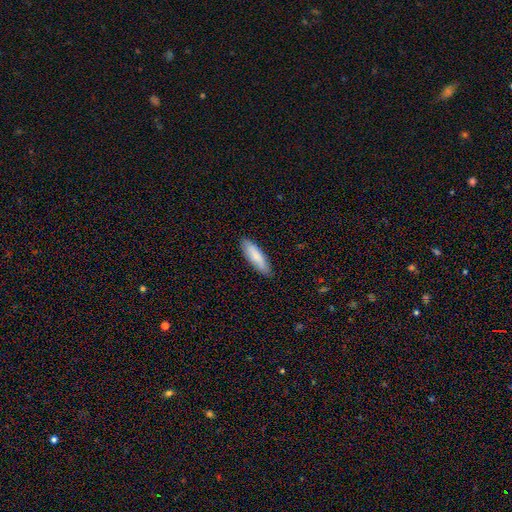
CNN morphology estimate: smooth-or-featured: smooth: 81% | featured or disk: 14% | star or artifact: 5%
  how-rounded: cigar-shaped: 56% | in between: 43% | round: 2%
  merging: none: 87% | minor disturbance: 11% | major disturbance: 2% | merger: 1%